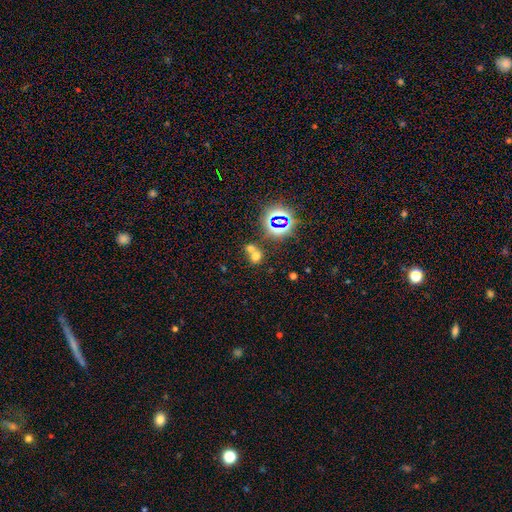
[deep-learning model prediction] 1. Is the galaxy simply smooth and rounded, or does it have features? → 59% smooth, 30% star or artifact, 12% featured or disk.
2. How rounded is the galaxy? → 71% round, 28% in between, 1% cigar-shaped.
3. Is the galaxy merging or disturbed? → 49% merger, 41% none, 7% minor disturbance, 4% major disturbance.